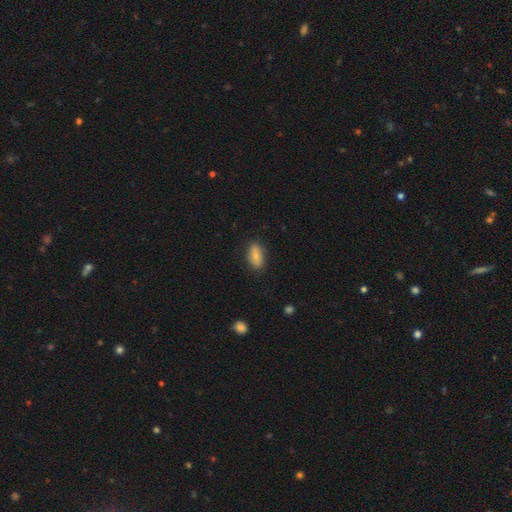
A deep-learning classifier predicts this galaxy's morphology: smooth_or_featured: smooth (p=0.76) [alt: featured or disk p=0.17]
how_rounded: in between (p=0.85) [alt: cigar-shaped p=0.10]
merging: none (p=0.83) [alt: minor disturbance p=0.13]